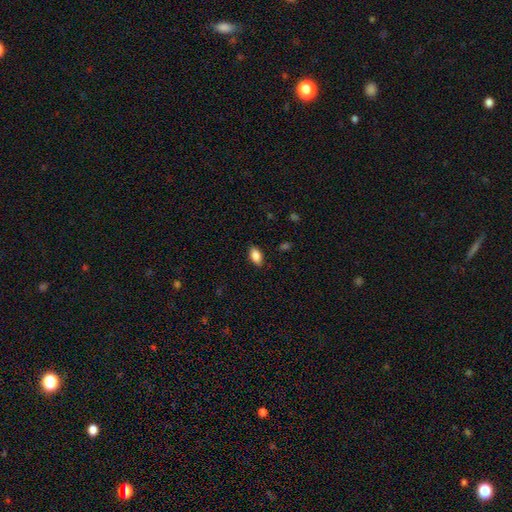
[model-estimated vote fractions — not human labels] smooth_or_featured: smooth (p=0.85) [alt: star or artifact p=0.08]
how_rounded: in between (p=0.90) [alt: round p=0.06]
merging: none (p=0.86) [alt: minor disturbance p=0.11]